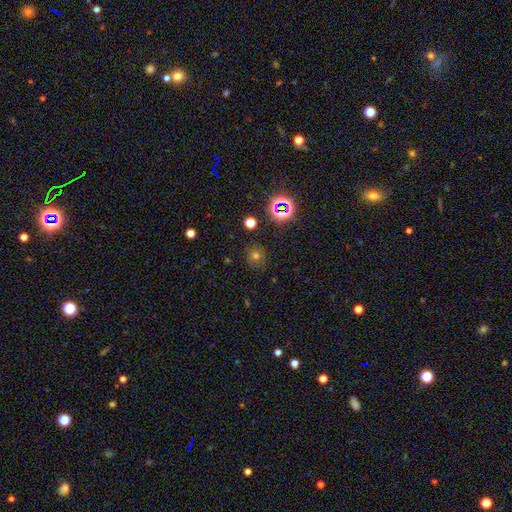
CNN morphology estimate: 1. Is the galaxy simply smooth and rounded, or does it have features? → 62% smooth, 30% star or artifact, 9% featured or disk.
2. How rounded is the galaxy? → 86% round, 12% in between, 1% cigar-shaped.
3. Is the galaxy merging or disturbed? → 84% none, 10% minor disturbance, 4% major disturbance, 2% merger.